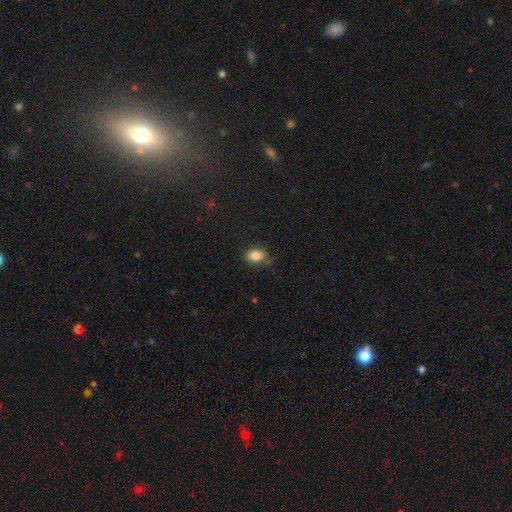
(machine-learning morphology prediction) Smooth or featured?
  - smooth: 84% *
  - star or artifact: 9%
  - featured or disk: 7%
How rounded?
  - in between: 81% *
  - round: 18%
  - cigar-shaped: 2%
Merging?
  - none: 76% *
  - minor disturbance: 16%
  - merger: 5%
  - major disturbance: 3%